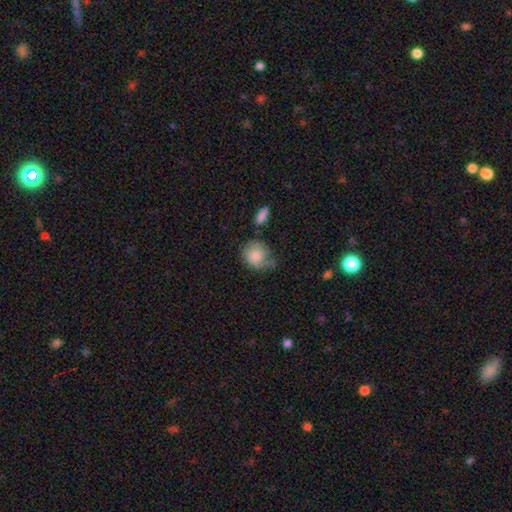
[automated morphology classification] Q: Smooth or featured?
A: smooth (65%); runner-up: featured or disk (28%)
Q: How rounded?
A: round (67%); runner-up: in between (32%)
Q: Merging?
A: none (42%); runner-up: minor disturbance (34%)